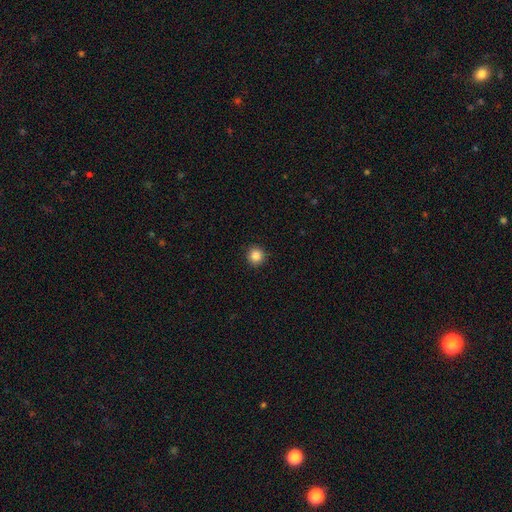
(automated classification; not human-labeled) This appears to be a smooth galaxy with no disk features (86%) that is round (95%). Merging: none (92%).